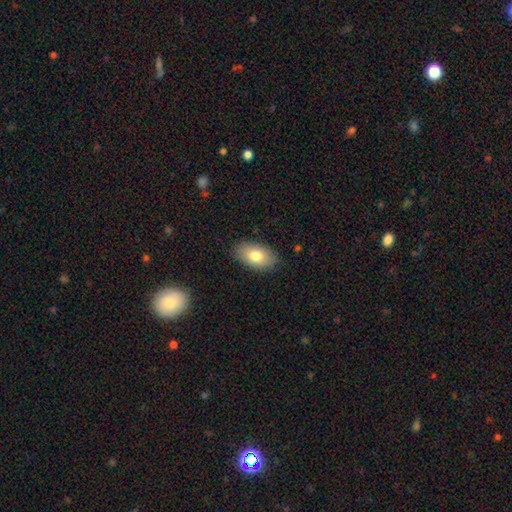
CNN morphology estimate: The model was most divided on "smooth or featured": smooth: 78%, featured or disk: 15%, star or artifact: 7%. More confident: how rounded — in between (93%); merging — none (86%).